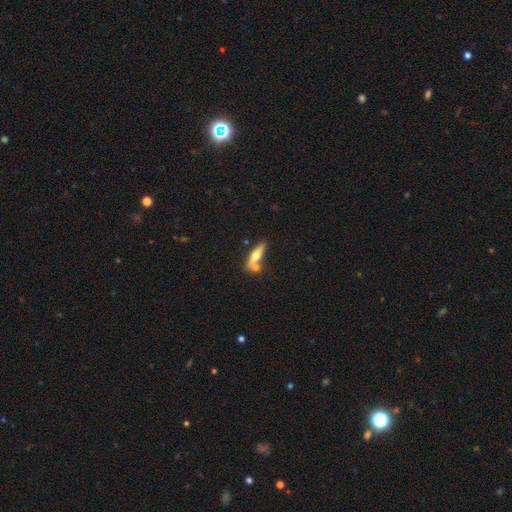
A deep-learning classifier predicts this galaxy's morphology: smooth-or-featured: smooth: 51% | featured or disk: 43% | star or artifact: 6%
  how-rounded: cigar-shaped: 67% | in between: 30% | round: 3%
  merging: none: 56% | merger: 27% | minor disturbance: 12% | major disturbance: 4%